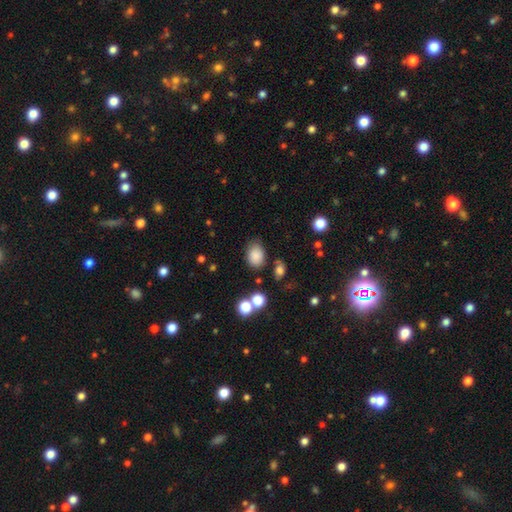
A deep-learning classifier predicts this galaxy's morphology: Smooth or featured? smooth (84%)
How rounded? in between (75%)
Merging? none (72%)